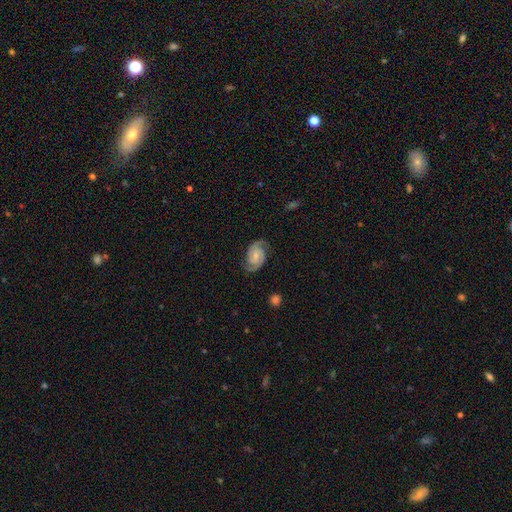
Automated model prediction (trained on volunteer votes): Smooth or featured: featured or disk — 87% (smooth — 8%)
Edge-on disk: no — 98% (yes — 2%)
Bar: no — 49% (weak — 41%)
Spiral arms: yes — 98% (no — 2%)
Spiral winding: medium — 47% (tight — 42%)
Spiral arm count: 2 — 92% (can't tell — 3%)
Bulge size: small — 54% (moderate — 36%)
Merging: none — 81% (minor disturbance — 14%)